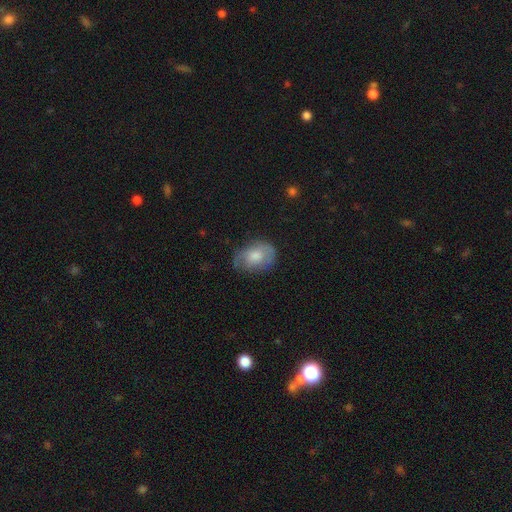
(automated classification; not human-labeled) Smooth or featured? smooth (61%)
How rounded? in between (77%)
Merging? none (61%)